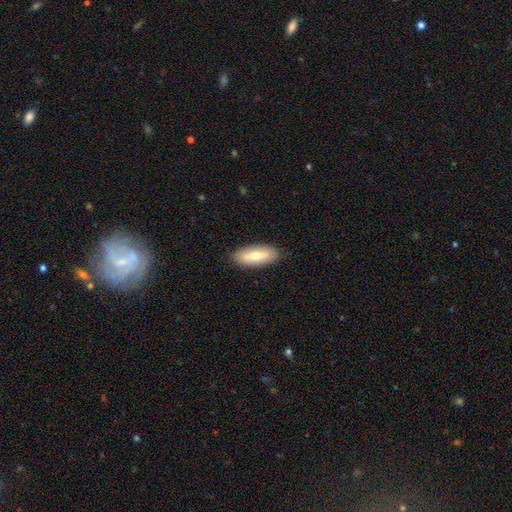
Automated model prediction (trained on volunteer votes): This appears to be a smooth galaxy with no disk features (68%) that is in between round and cigar-shaped (76%). Merging: none (88%).